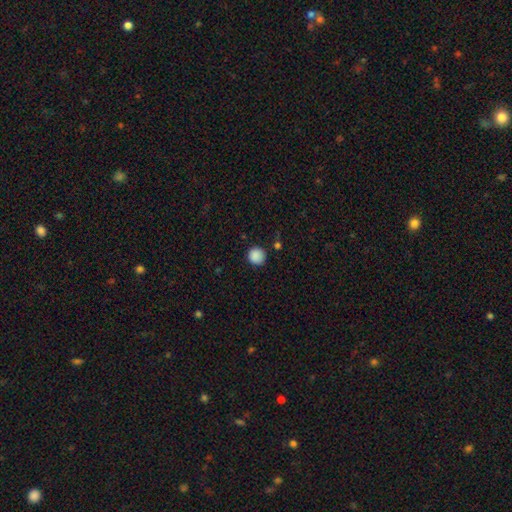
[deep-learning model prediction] Overall: smooth (88%). How rounded: round (94%). Merging: none (87%).